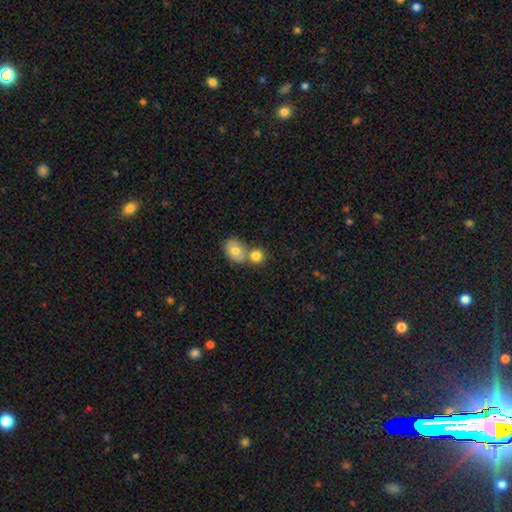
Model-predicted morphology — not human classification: Smooth or featured: smooth — 80% (featured or disk — 12%)
How rounded: round — 70% (in between — 29%)
Merging: merger — 48% (none — 42%)